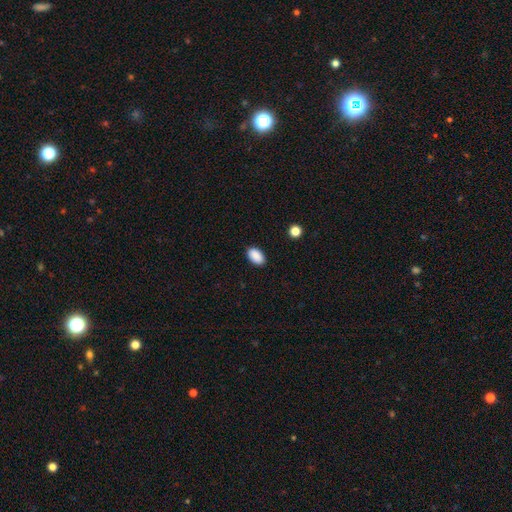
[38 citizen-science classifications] smooth_or_featured: smooth (p=0.84) [alt: featured or disk p=0.08]
how_rounded: in between (p=0.94) [alt: round p=0.06]
merging: none (p=0.86) [alt: minor disturbance p=0.11]